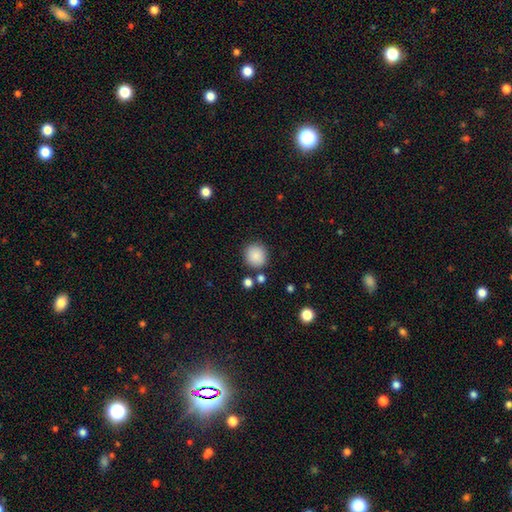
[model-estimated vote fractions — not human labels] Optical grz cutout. It shows a smooth galaxy with no disk features (87%) that is round (90%). Merging: none (84%).